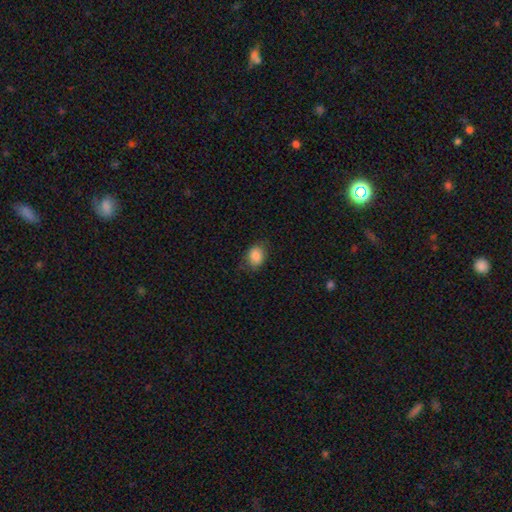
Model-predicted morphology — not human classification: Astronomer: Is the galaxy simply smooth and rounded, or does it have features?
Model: smooth — 87%.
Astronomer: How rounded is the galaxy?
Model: in between — 63%.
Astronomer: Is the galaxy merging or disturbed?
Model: none — 71%.